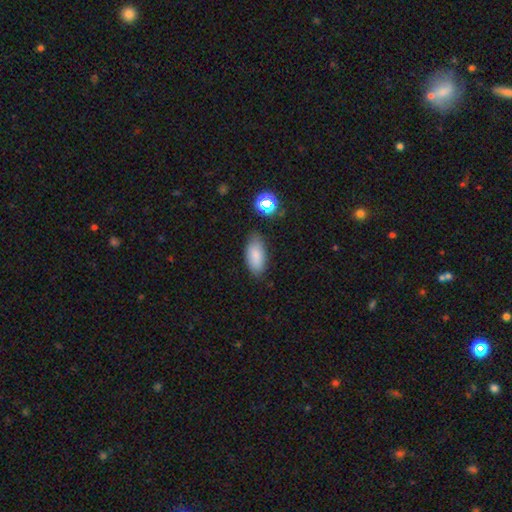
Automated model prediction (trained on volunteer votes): This appears to be a smooth galaxy with no disk features (84%) that is in between round and cigar-shaped (91%). Merging: none (78%).